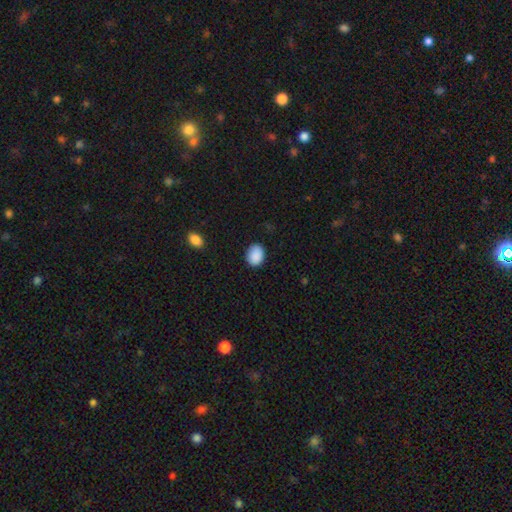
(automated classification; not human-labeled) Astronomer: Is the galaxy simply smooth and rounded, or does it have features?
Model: smooth — 90%.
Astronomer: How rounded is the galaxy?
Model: in between — 61% (runner-up: round, 38%).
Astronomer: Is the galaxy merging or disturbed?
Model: none — 85%.